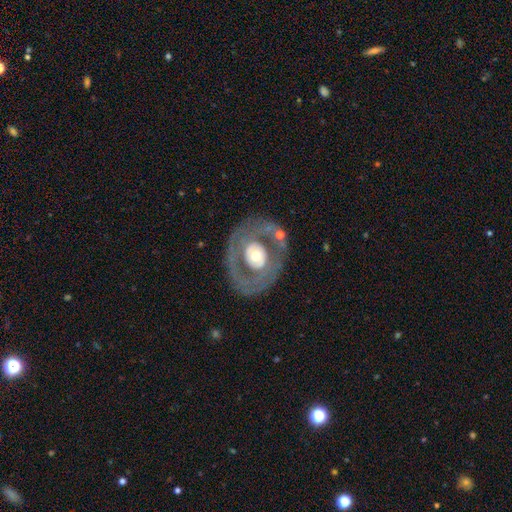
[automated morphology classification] Overall: featured or disk (67%; smooth 28%). Edge-on disk: no (95%). Bar: no (79%). Spiral arms: no (73%). Bulge size: moderate (63%; large 24%). Merging: none (72%).